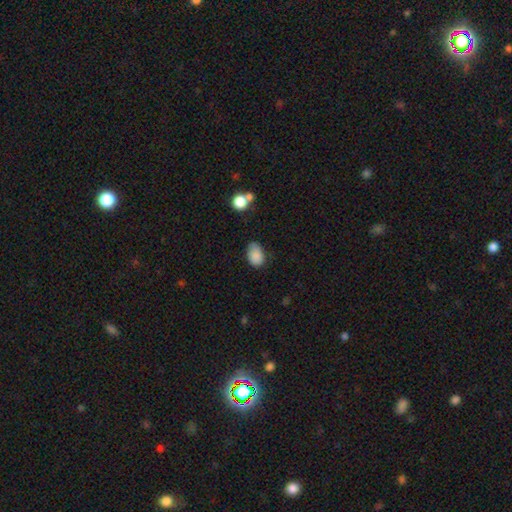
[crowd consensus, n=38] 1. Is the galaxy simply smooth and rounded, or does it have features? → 95% smooth, 3% featured or disk, 3% star or artifact.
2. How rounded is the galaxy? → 92% in between, 8% round, 0% cigar-shaped.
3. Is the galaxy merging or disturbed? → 54% none, 32% minor disturbance, 11% major disturbance, 3% merger.